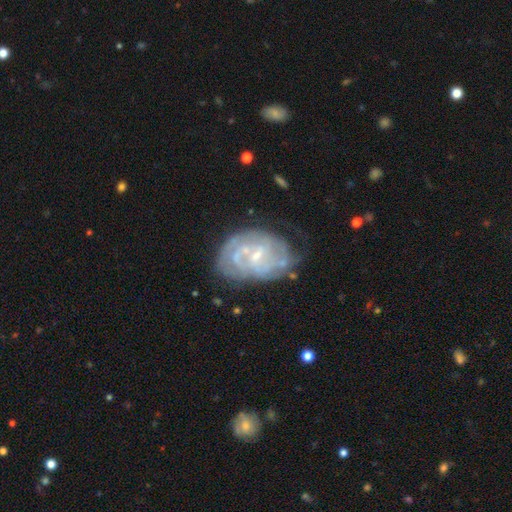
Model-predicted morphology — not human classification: Overall: featured or disk (79%). Edge-on disk: no (97%). Bar: weak (50%; no 39%). Spiral arms: yes (85%). Spiral arm count: can't tell (46%; 2 24%). Spiral winding: tight (60%; medium 31%). Bulge size: small (70%). Merging: none (60%; minor disturbance 25%).